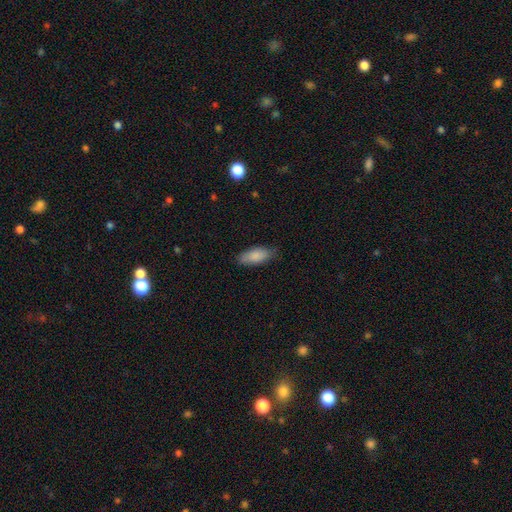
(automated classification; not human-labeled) smooth_or_featured: smooth (p=0.86) [alt: featured or disk p=0.08]
how_rounded: in between (p=0.83) [alt: cigar-shaped p=0.15]
merging: none (p=0.79) [alt: minor disturbance p=0.17]